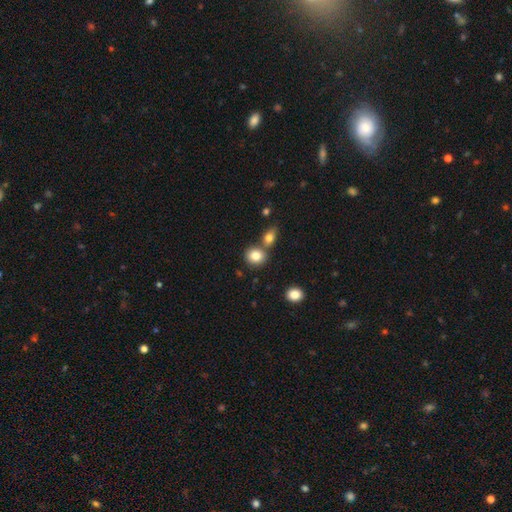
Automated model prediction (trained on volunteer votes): Smooth or featured? Predicted: smooth (p=0.83). How rounded? Predicted: round (p=0.73). Merging? Predicted: none (p=0.60).